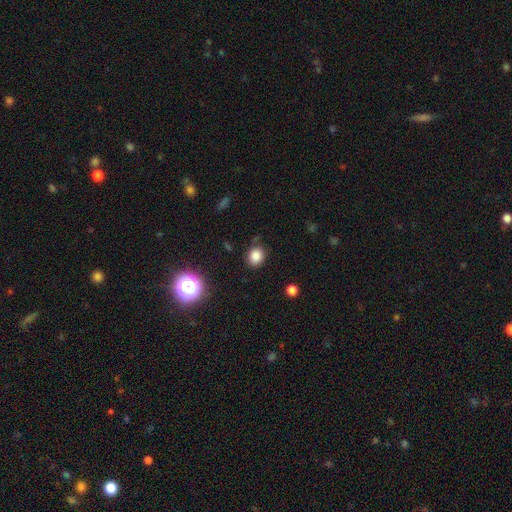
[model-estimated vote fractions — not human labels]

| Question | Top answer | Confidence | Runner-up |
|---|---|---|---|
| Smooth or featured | smooth | 82% | star or artifact (13%) |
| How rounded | round | 73% | in between (26%) |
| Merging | none | 83% | minor disturbance (12%) |